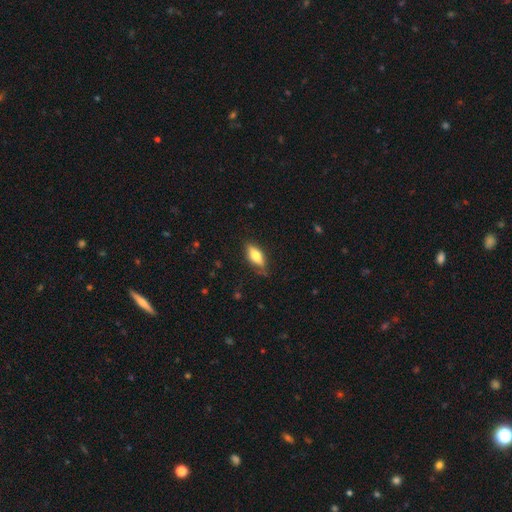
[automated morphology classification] smooth_or_featured: smooth (p=0.63) [alt: featured or disk p=0.30]
how_rounded: in between (p=0.69) [alt: cigar-shaped p=0.28]
merging: none (p=0.77) [alt: minor disturbance p=0.18]